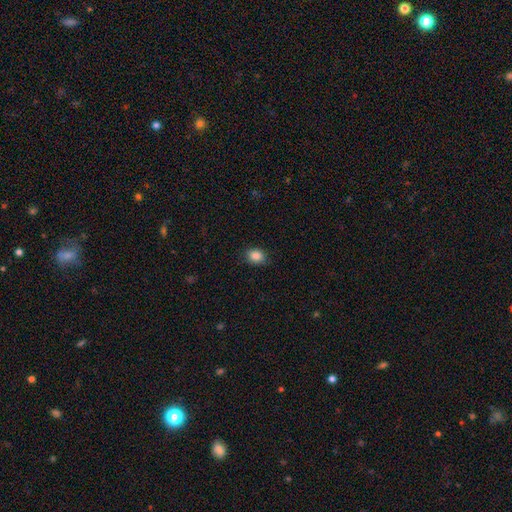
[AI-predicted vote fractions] This appears to be a smooth galaxy with no disk features (86%) that is in between round and cigar-shaped (58%). Merging: none (87%).